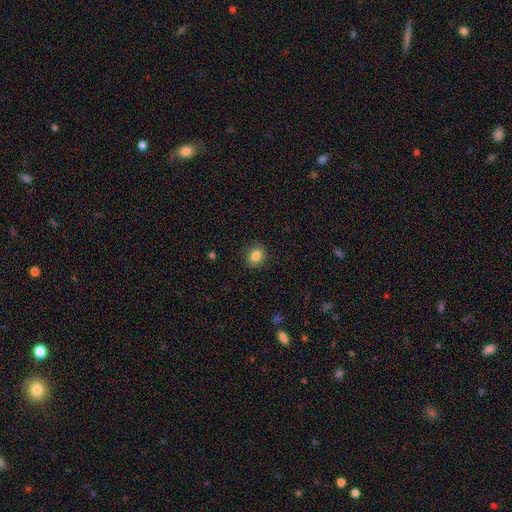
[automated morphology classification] Q: Smooth or featured?
A: smooth (84%); runner-up: star or artifact (10%)
Q: How rounded?
A: round (69%); runner-up: in between (30%)
Q: Merging?
A: none (89%); runner-up: minor disturbance (8%)